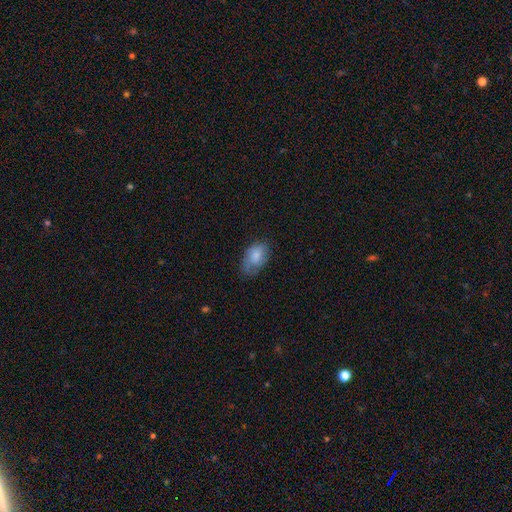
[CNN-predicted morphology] Smooth or featured? Predicted: smooth (p=0.78). How rounded? Predicted: in between (p=0.89). Merging? Predicted: none (p=0.58).